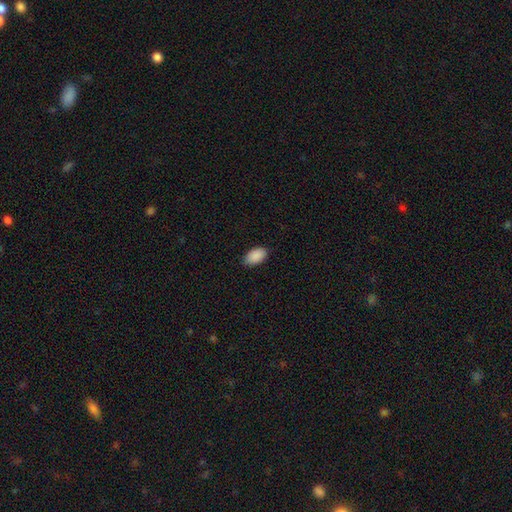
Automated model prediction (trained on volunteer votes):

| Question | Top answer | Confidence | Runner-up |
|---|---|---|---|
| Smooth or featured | smooth | 91% | star or artifact (6%) |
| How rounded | in between | 95% | round (4%) |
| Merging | none | 87% | minor disturbance (10%) |